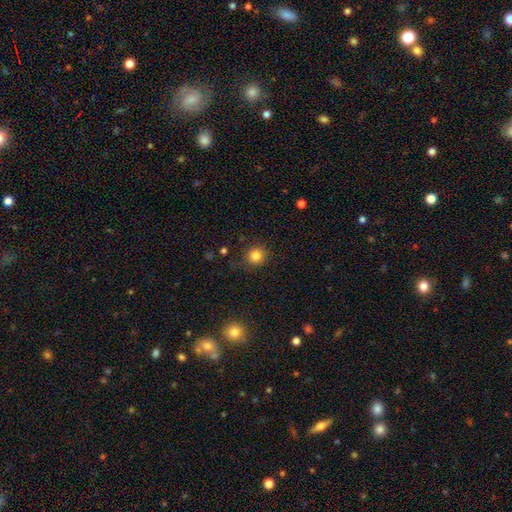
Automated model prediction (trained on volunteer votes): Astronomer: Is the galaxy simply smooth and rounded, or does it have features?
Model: smooth — 83%.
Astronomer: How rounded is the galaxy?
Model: round — 91%.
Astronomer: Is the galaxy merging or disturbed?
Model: none — 84%.